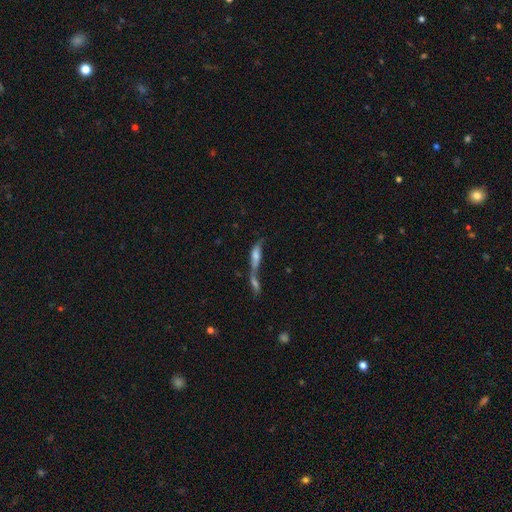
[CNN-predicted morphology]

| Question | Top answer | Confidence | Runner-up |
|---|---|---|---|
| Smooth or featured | smooth | 47% | featured or disk (41%) |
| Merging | merger | 72% | none (13%) |